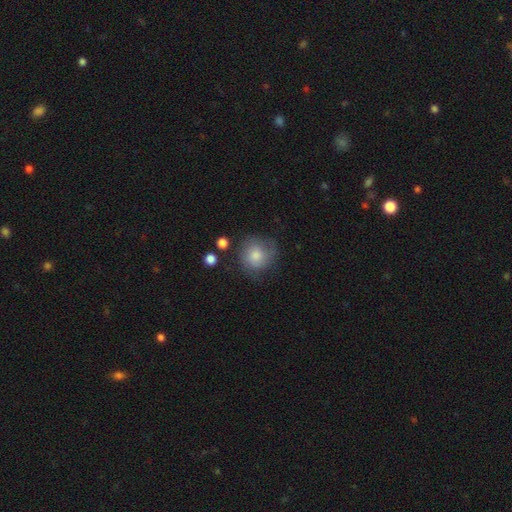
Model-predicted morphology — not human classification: This appears to be a smooth galaxy with no disk features (72%) that is round (87%). Merging: none (64%).